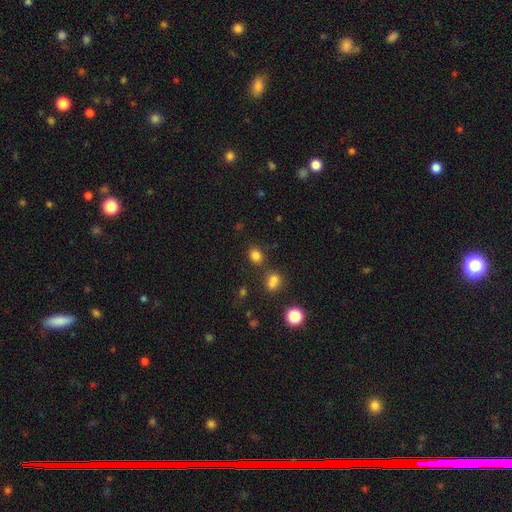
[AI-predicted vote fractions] Smooth or featured?
  - smooth: 81% *
  - star or artifact: 14%
  - featured or disk: 5%
How rounded?
  - round: 53% *
  - in between: 46%
  - cigar-shaped: 1%
Merging?
  - none: 72% *
  - merger: 13%
  - minor disturbance: 11%
  - major disturbance: 4%